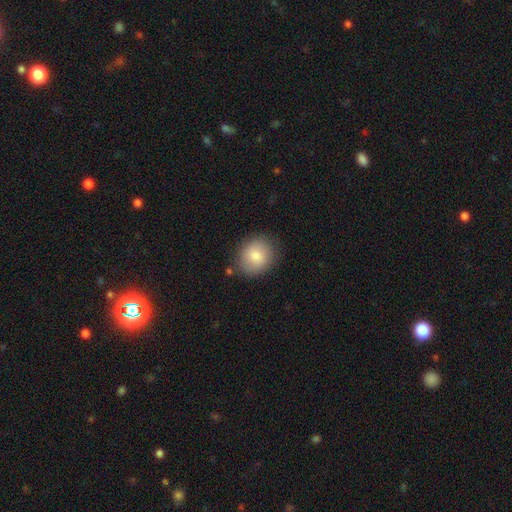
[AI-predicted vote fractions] This appears to be a smooth galaxy with no disk features (81%) that is round (73%). Merging: none (83%).